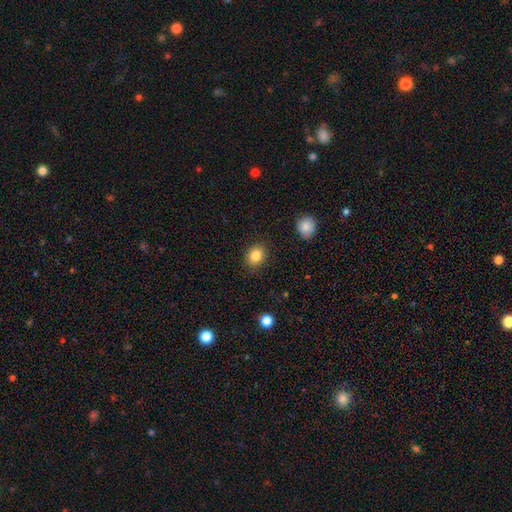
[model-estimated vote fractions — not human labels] Smooth or featured? Predicted: smooth (p=0.84). How rounded? Predicted: in between (p=0.53). Merging? Predicted: none (p=0.87).